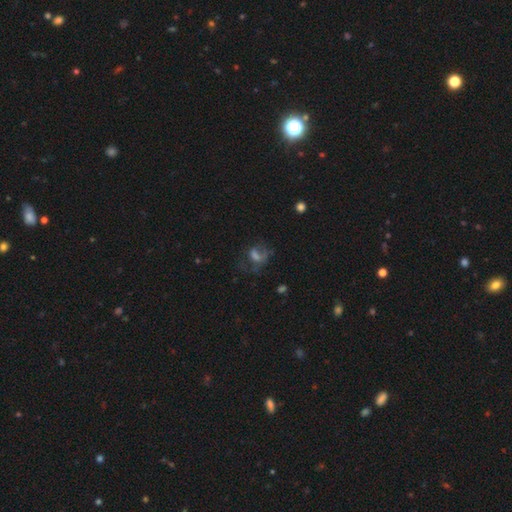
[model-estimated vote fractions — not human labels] Q: Smooth or featured?
A: featured or disk (38%); runner-up: smooth (36%)
Q: Merging?
A: none (40%); runner-up: major disturbance (37%)